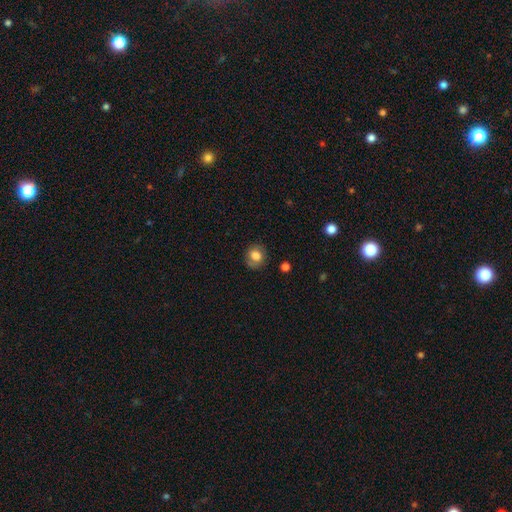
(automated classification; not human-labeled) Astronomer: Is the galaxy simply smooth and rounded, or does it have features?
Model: smooth — 77%.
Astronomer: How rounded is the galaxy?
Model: round — 72%.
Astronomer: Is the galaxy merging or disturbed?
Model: none — 75%.